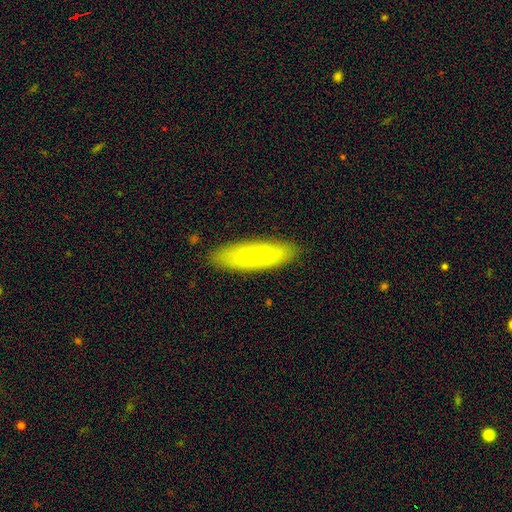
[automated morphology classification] A smooth galaxy with no disk features (67%) that is cigar-shaped (59%). Merging: none (87%).